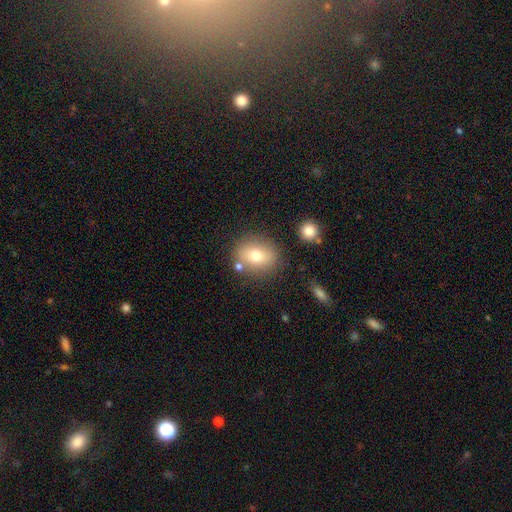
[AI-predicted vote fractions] smooth 71%, featured or disk 18%, star or artifact 11%. Down the decision tree: how rounded — round (56%); merging — none (79%).